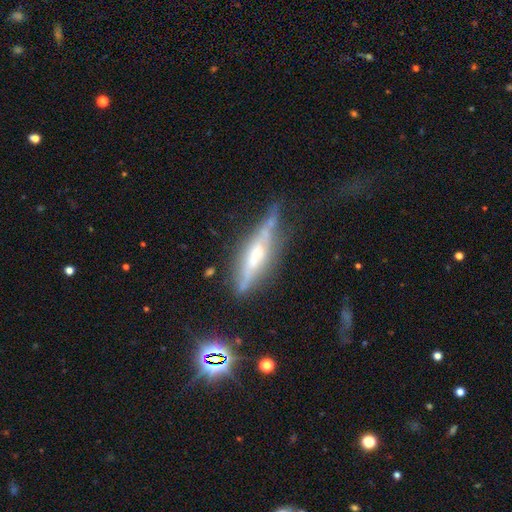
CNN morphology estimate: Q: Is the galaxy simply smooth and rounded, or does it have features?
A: featured or disk — 72%.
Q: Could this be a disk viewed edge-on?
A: yes — 86%.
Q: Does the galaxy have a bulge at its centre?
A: rounded — 57%.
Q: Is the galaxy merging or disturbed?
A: none — 62%.